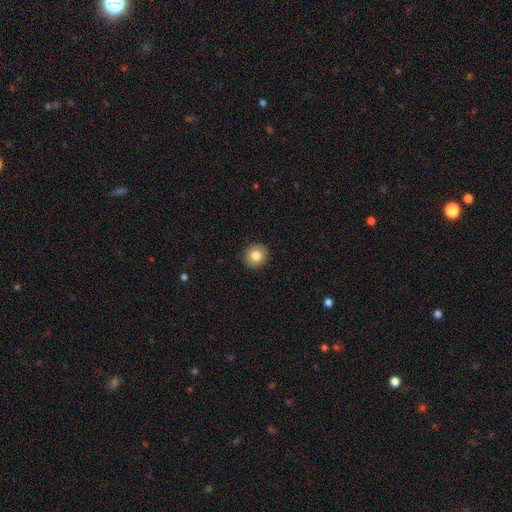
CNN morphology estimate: Smooth or featured? smooth (83%)
How rounded? round (88%)
Merging? none (92%)